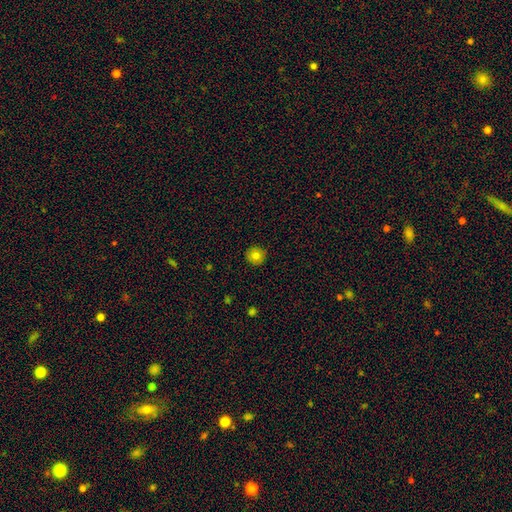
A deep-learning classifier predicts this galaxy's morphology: This is likely a smooth galaxy (80%). How rounded: clearly round (94%). Merging: clearly none (91%).